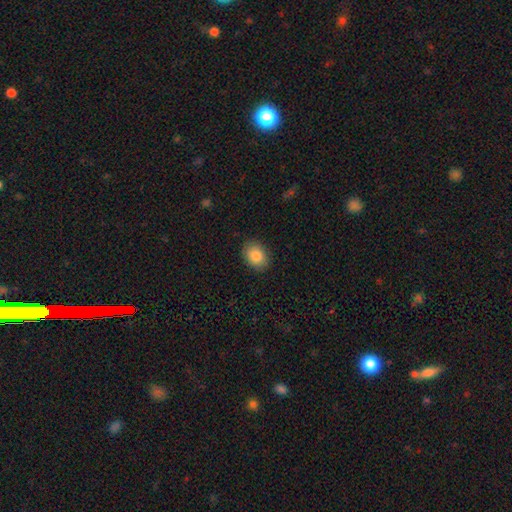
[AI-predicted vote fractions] smooth-or-featured: smooth: 87% | star or artifact: 7% | featured or disk: 6%
  how-rounded: in between: 67% | round: 32% | cigar-shaped: 1%
  merging: none: 87% | minor disturbance: 10% | major disturbance: 2% | merger: 1%